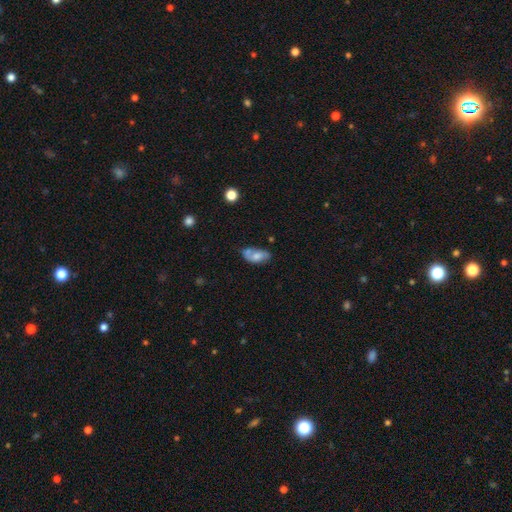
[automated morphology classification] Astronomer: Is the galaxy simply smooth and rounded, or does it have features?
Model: smooth — 59%.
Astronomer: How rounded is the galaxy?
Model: in between — 91%.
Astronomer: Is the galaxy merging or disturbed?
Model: none — 45% (runner-up: minor disturbance, 27%).